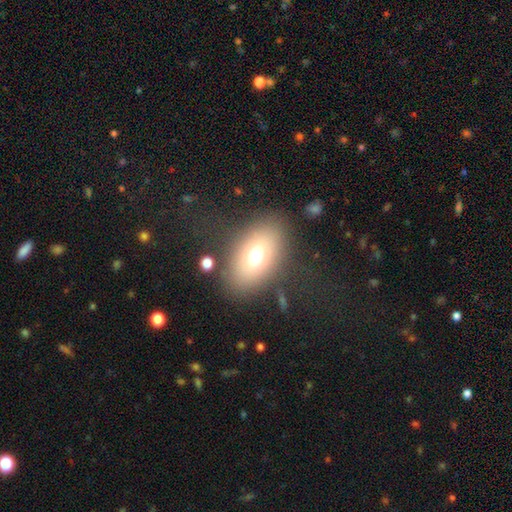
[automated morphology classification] Q: Smooth or featured?
A: smooth (68%); runner-up: featured or disk (17%)
Q: How rounded?
A: in between (78%); runner-up: round (20%)
Q: Merging?
A: none (78%); runner-up: minor disturbance (11%)